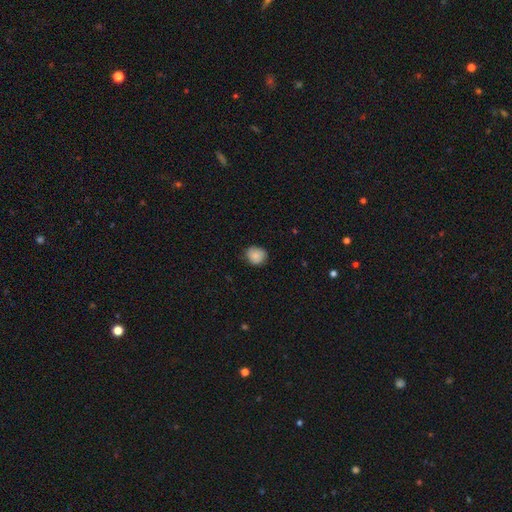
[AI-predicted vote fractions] smooth-or-featured: smooth: 85% | star or artifact: 8% | featured or disk: 7%
  how-rounded: round: 78% | in between: 21% | cigar-shaped: 1%
  merging: none: 77% | minor disturbance: 19% | major disturbance: 3% | merger: 1%